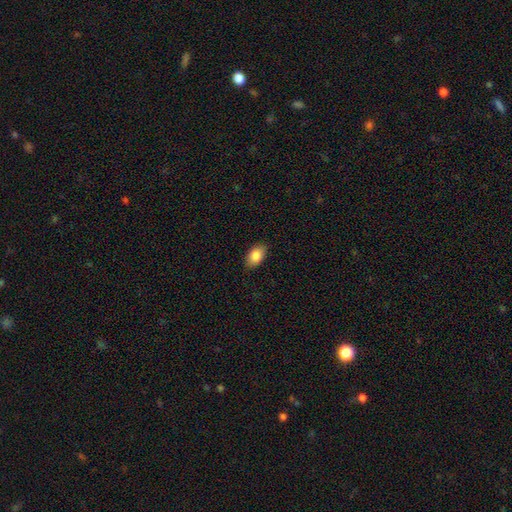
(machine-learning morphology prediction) Smooth or featured? smooth (86%)
How rounded? in between (91%)
Merging? none (87%)